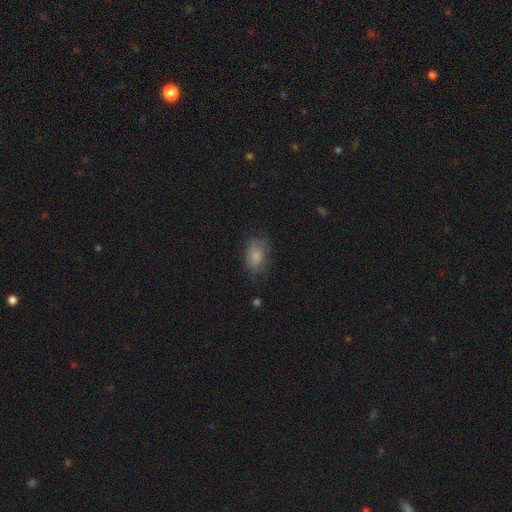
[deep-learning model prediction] This is likely a smooth galaxy (78%). How rounded: clearly in between (84%). Merging: possibly none (59%).